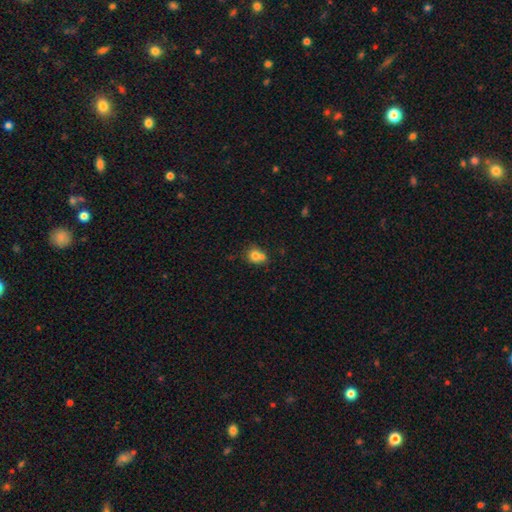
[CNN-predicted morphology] Smooth or featured? Predicted: smooth (p=0.74). How rounded? Predicted: round (p=0.74). Merging? Predicted: merger (p=0.47).